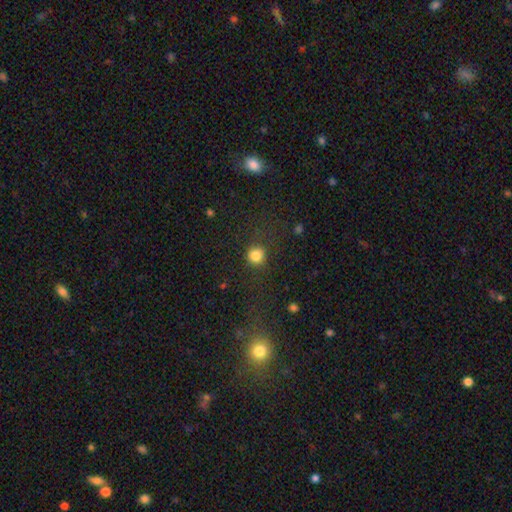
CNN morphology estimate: Smooth or featured? smooth (83%)
How rounded? round (88%)
Merging? none (79%)